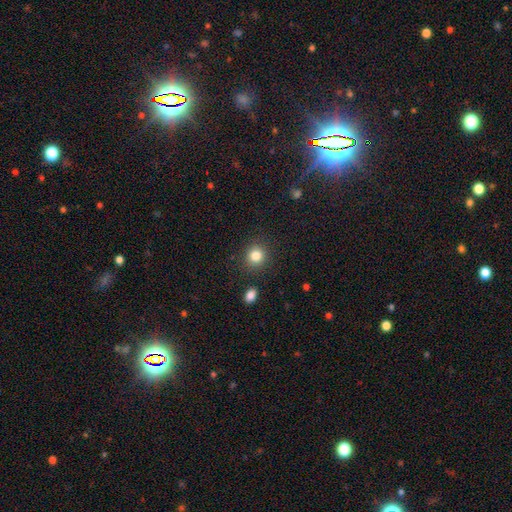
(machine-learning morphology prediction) Smooth or featured? Predicted: smooth (p=0.84). How rounded? Predicted: round (p=0.86). Merging? Predicted: none (p=0.88).